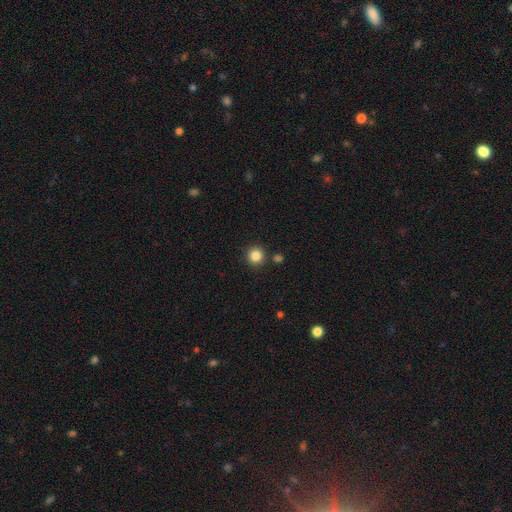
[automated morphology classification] Overall: smooth (85%). How rounded: round (94%). Merging: none (87%).